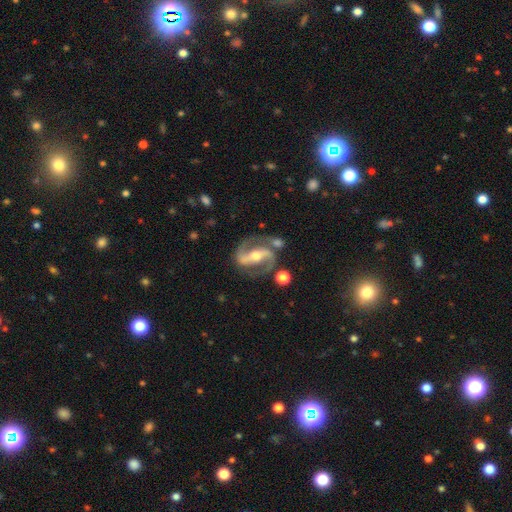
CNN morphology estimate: Smooth or featured: featured or disk — 91% (star or artifact — 5%)
Edge-on disk: no — 97% (yes — 3%)
Bar: strong — 64% (weak — 22%)
Spiral arms: yes — 97% (no — 3%)
Spiral winding: medium — 58% (tight — 24%)
Spiral arm count: 2 — 94% (can't tell — 2%)
Bulge size: moderate — 63% (small — 30%)
Merging: none — 77% (minor disturbance — 13%)